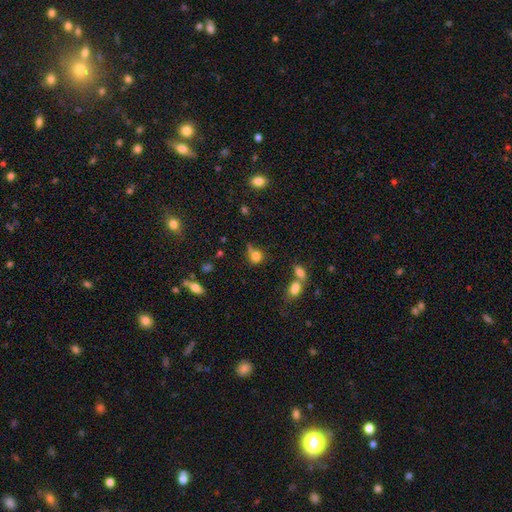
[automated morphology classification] A smooth galaxy with no disk features (77%) that is round (68%). Merging: none (46%).